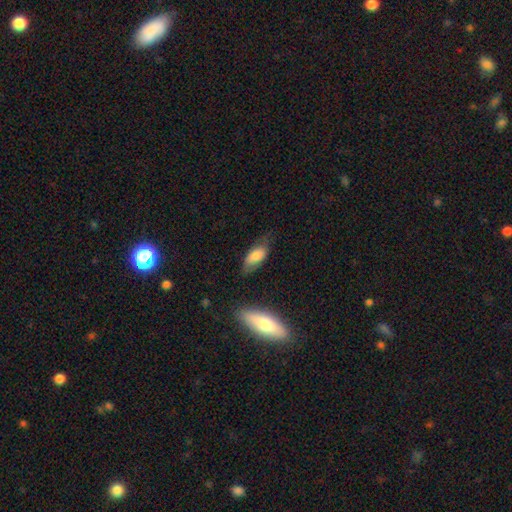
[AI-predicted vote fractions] Smooth or featured: smooth — 75% (featured or disk — 18%)
How rounded: in between — 85% (cigar-shaped — 12%)
Merging: none — 54% (minor disturbance — 33%)